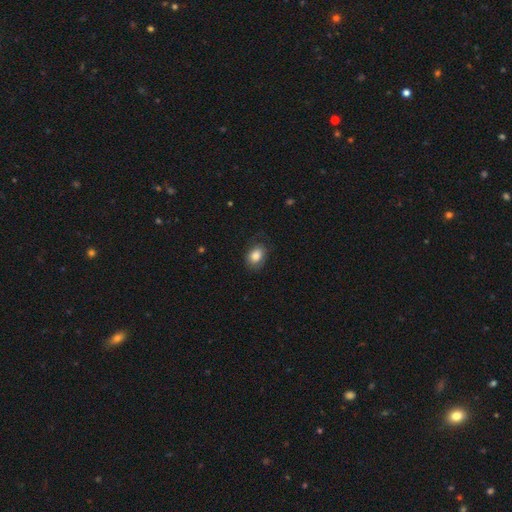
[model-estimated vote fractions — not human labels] Smooth or featured? Predicted: smooth (p=0.83). How rounded? Predicted: in between (p=0.71). Merging? Predicted: none (p=0.73).